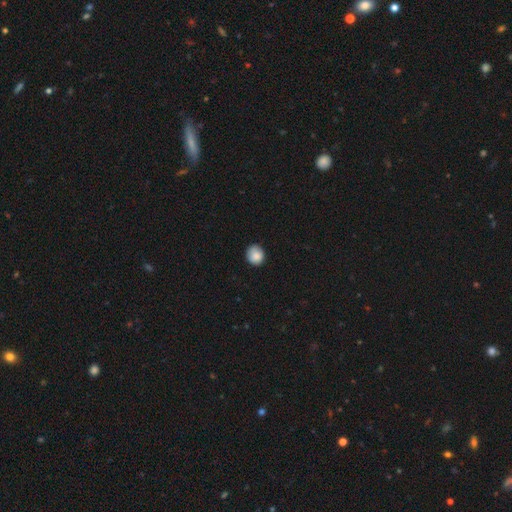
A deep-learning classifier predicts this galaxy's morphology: smooth-or-featured: smooth: 87% | star or artifact: 8% | featured or disk: 5%
  how-rounded: round: 86% | in between: 13% | cigar-shaped: 1%
  merging: none: 81% | minor disturbance: 16% | major disturbance: 3% | merger: 1%